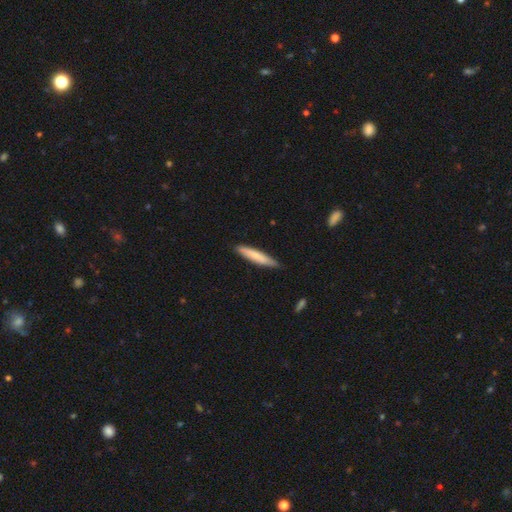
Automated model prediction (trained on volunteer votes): Smooth or featured? Predicted: smooth (p=0.72). How rounded? Predicted: cigar-shaped (p=0.90). Merging? Predicted: none (p=0.83).